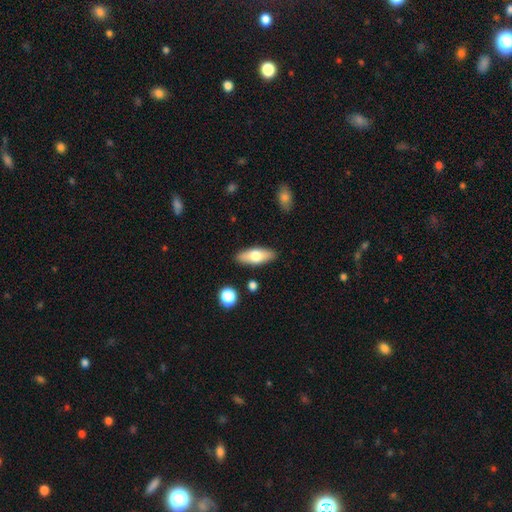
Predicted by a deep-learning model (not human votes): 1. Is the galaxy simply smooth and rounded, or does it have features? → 66% smooth, 27% featured or disk, 6% star or artifact.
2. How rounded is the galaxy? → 72% in between, 25% cigar-shaped, 3% round.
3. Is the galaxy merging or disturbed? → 87% none, 9% minor disturbance, 2% merger, 2% major disturbance.